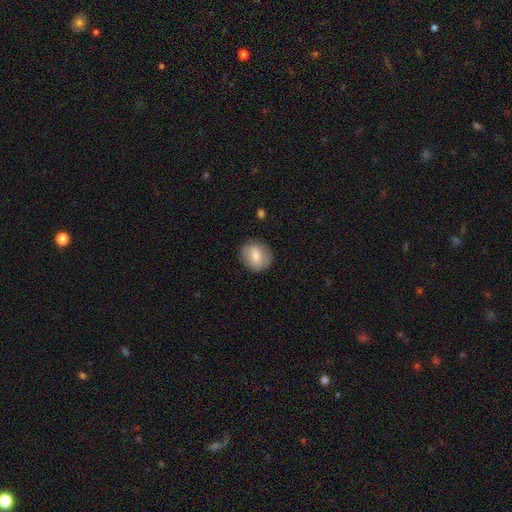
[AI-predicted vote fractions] smooth_or_featured: smooth (p=0.72) [alt: featured or disk p=0.21]
how_rounded: round (p=0.73) [alt: in between p=0.26]
merging: none (p=0.87) [alt: minor disturbance p=0.10]